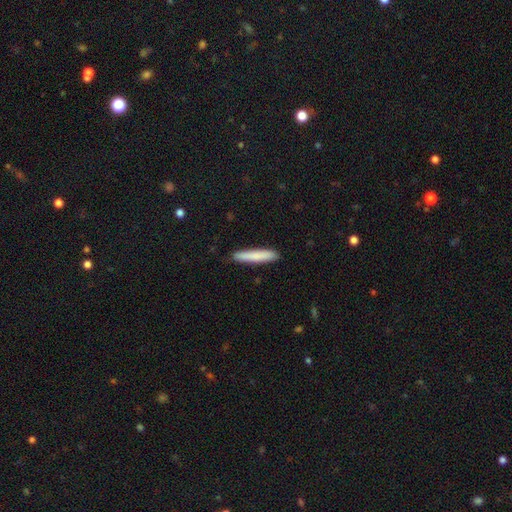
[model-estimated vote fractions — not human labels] Smooth or featured?
  - smooth: 82% *
  - featured or disk: 13%
  - star or artifact: 5%
How rounded?
  - cigar-shaped: 92% *
  - in between: 6%
  - round: 1%
Merging?
  - none: 89% *
  - minor disturbance: 8%
  - major disturbance: 1%
  - merger: 1%